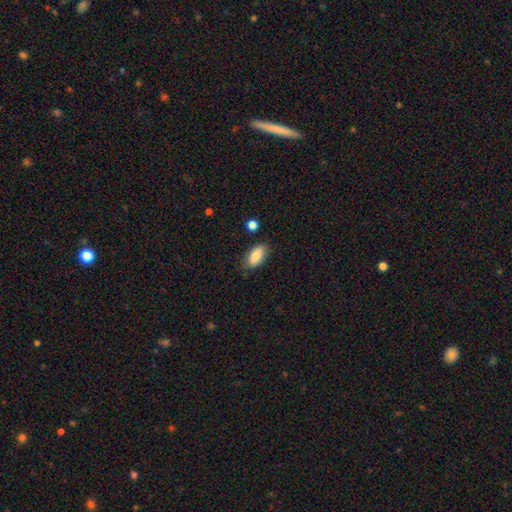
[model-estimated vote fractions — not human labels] A smooth galaxy with no disk features (82%) that is in between round and cigar-shaped (90%). Merging: none (77%).